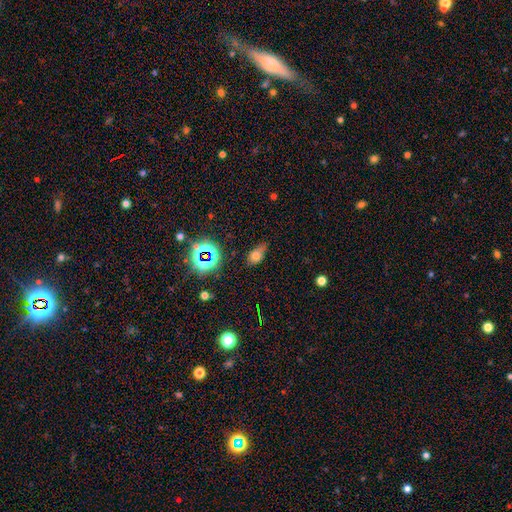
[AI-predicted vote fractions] Q: Smooth or featured?
A: smooth (64%); runner-up: star or artifact (23%)
Q: How rounded?
A: in between (76%); runner-up: round (18%)
Q: Merging?
A: none (51%); runner-up: minor disturbance (33%)